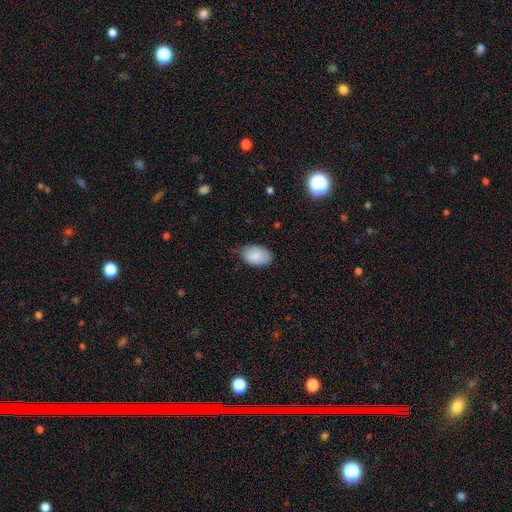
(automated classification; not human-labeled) smooth_or_featured: smooth (p=0.88) [alt: star or artifact p=0.06]
how_rounded: in between (p=0.89) [alt: round p=0.10]
merging: none (p=0.73) [alt: minor disturbance p=0.22]